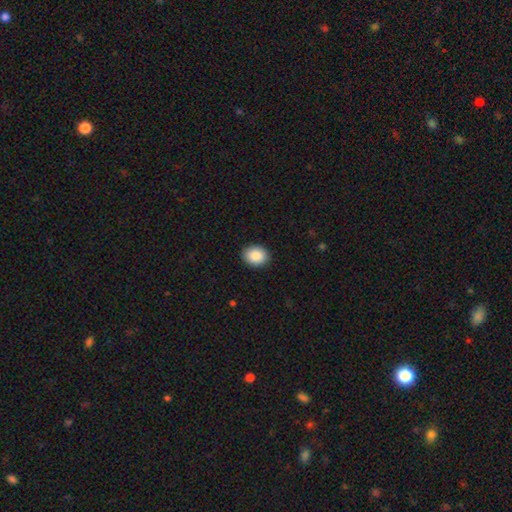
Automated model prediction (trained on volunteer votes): Smooth or featured? Predicted: smooth (p=0.89). How rounded? Predicted: in between (p=0.54). Merging? Predicted: none (p=0.90).